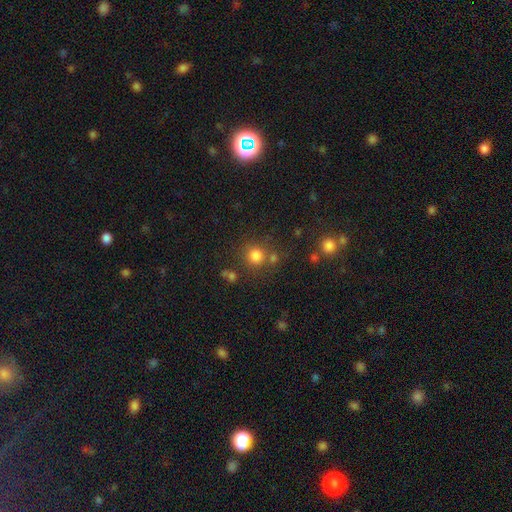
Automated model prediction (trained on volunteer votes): Smooth or featured? smooth (79%)
How rounded? round (89%)
Merging? none (71%)